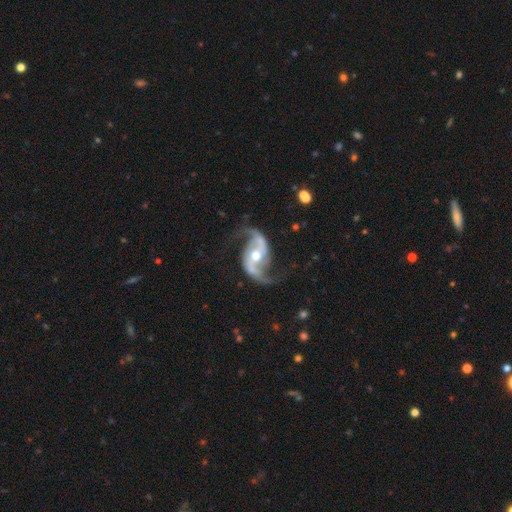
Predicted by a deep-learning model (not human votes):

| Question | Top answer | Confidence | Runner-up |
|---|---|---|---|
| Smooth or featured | featured or disk | 93% | star or artifact (4%) |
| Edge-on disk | no | 98% | yes (2%) |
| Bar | no | 37% | weak (34%) |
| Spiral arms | yes | 98% | no (2%) |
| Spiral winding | loose | 61% | medium (33%) |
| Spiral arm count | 2 | 95% | can't tell (1%) |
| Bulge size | moderate | 74% | small (18%) |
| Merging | none | 78% | minor disturbance (13%) |